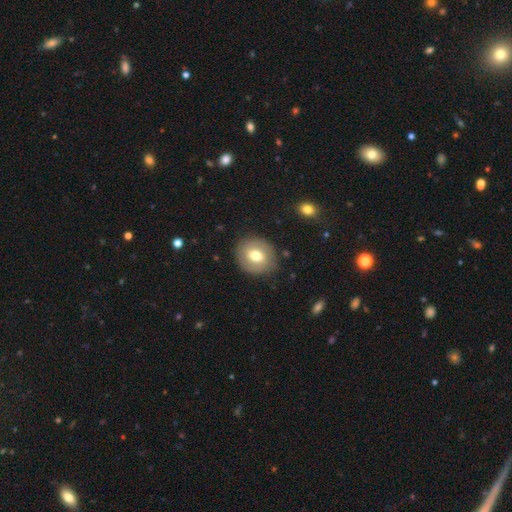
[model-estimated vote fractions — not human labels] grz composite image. It shows a smooth galaxy with no disk features (63%) that is round (76%). Merging: none (84%).